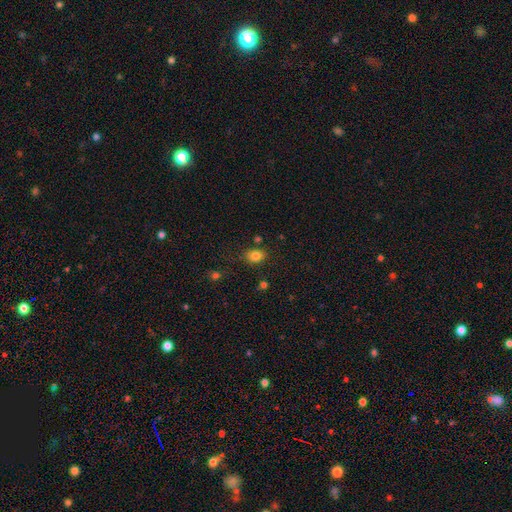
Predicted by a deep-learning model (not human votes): smooth_or_featured: smooth (p=0.81) [alt: star or artifact p=0.12]
how_rounded: in between (p=0.57) [alt: round p=0.42]
merging: none (p=0.78) [alt: minor disturbance p=0.14]